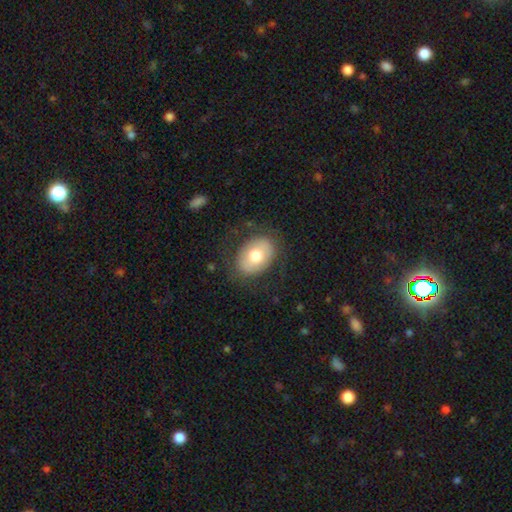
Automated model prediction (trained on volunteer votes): Smooth or featured? smooth (68%)
How rounded? in between (72%)
Merging? none (77%)